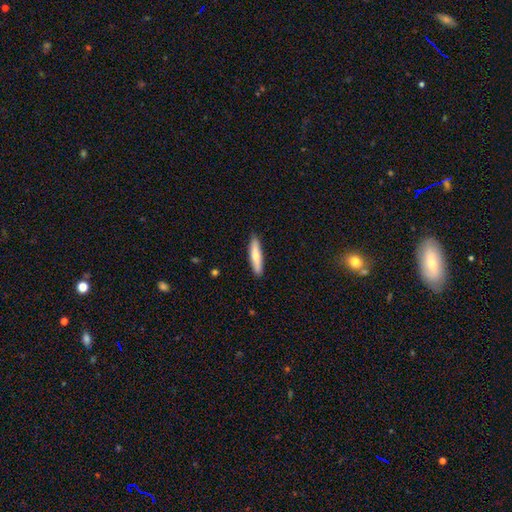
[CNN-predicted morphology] The model was most divided on "smooth or featured": smooth: 62%, featured or disk: 32%, star or artifact: 5%. More confident: merging — none (90%); how rounded — cigar-shaped (82%).